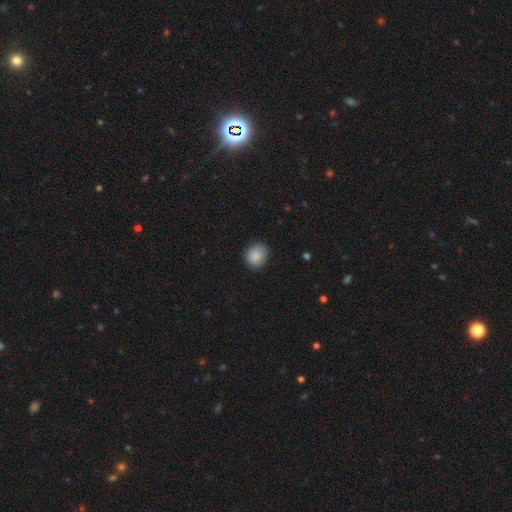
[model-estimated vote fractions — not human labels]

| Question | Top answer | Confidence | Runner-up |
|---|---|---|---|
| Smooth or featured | smooth | 86% | star or artifact (8%) |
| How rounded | round | 70% | in between (29%) |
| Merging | none | 84% | minor disturbance (12%) |